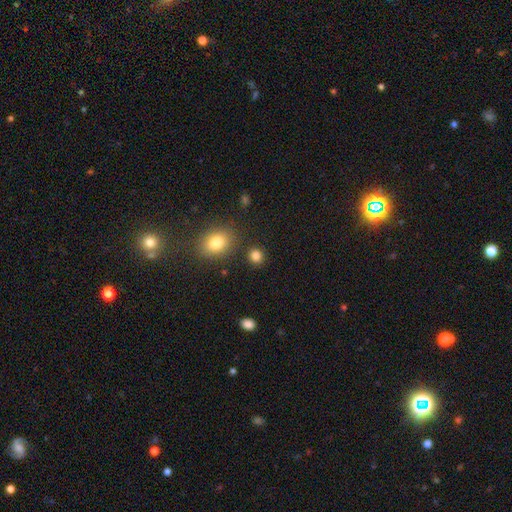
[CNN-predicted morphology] smooth_or_featured: smooth (p=0.84) [alt: star or artifact p=0.12]
how_rounded: round (p=0.82) [alt: in between p=0.17]
merging: none (p=0.87) [alt: minor disturbance p=0.07]